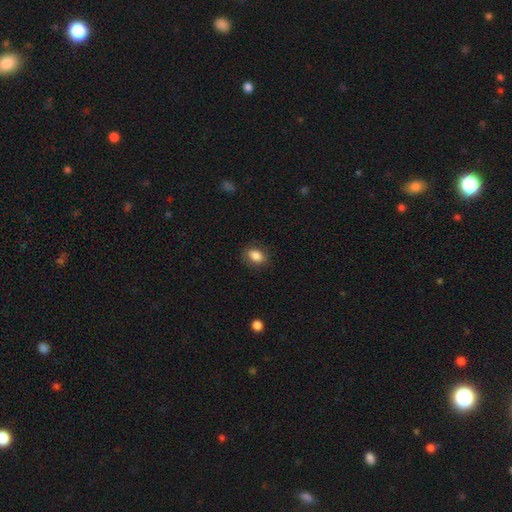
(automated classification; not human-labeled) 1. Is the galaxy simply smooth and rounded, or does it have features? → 85% smooth, 8% star or artifact, 7% featured or disk.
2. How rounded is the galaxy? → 74% in between, 25% round, 1% cigar-shaped.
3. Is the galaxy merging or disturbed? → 85% none, 11% minor disturbance, 3% major disturbance, 1% merger.